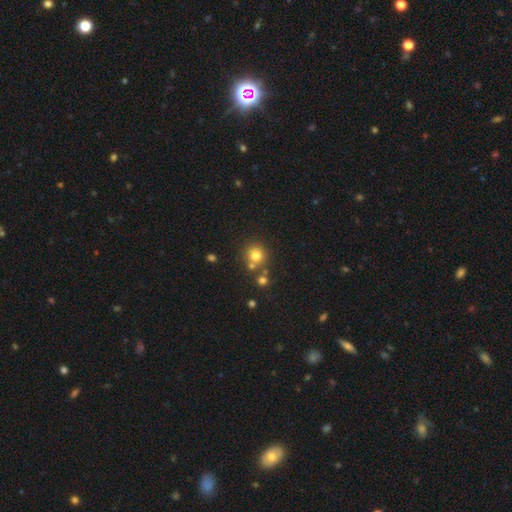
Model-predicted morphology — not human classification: Smooth or featured: smooth — 75% (star or artifact — 15%)
How rounded: round — 91% (in between — 8%)
Merging: none — 69% (merger — 19%)